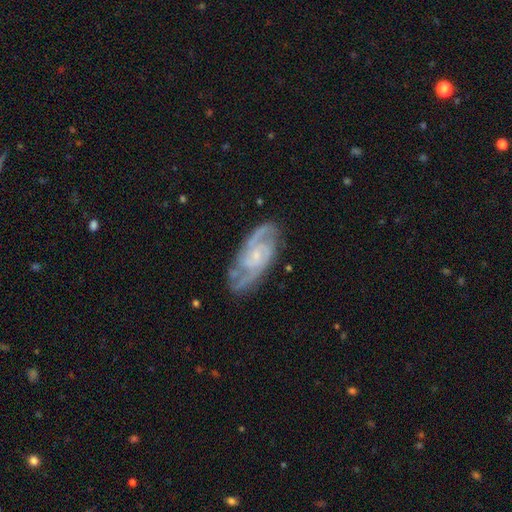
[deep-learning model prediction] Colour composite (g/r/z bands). It shows a featured or disk galaxy (89%) with no bar (55%), 2 (60%) medium (47%) spiral arms (98%) and a small central bulge (71%). Merging: none (77%).